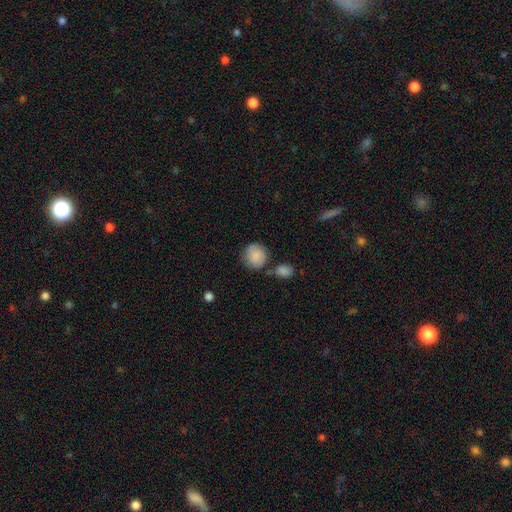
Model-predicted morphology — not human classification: Overall: smooth (85%). How rounded: round (87%). Merging: none (67%).